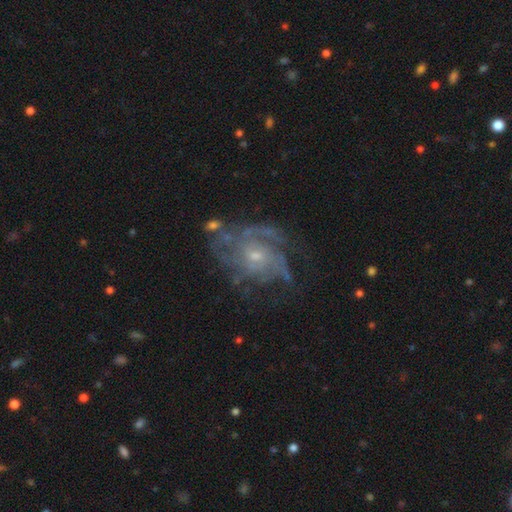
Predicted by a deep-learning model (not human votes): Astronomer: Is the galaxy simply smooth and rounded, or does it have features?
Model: featured or disk — 84%.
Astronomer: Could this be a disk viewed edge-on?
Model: no — 97%.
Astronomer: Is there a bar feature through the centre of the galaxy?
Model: no — 73%.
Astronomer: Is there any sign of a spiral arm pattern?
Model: yes — 91%.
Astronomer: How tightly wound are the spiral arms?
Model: tight — 46% (runner-up: medium, 40%).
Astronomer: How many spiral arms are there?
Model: can't tell — 33% (runner-up: 3, 24%).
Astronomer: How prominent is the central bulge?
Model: small — 70%.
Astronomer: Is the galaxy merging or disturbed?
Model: none — 59%.